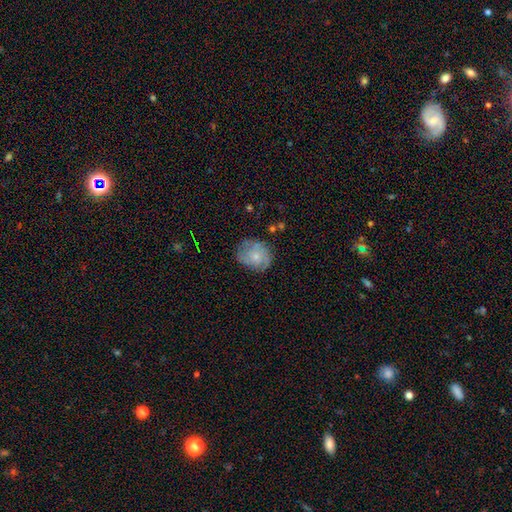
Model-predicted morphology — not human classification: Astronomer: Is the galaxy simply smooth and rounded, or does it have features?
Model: featured or disk — 49% (runner-up: smooth, 42%).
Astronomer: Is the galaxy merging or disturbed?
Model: none — 67%.